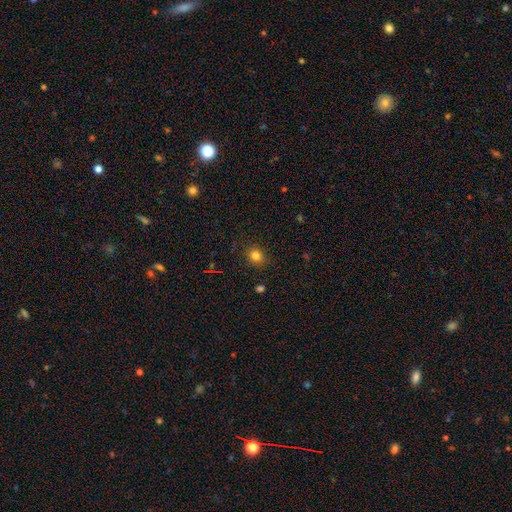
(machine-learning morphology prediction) smooth-or-featured: smooth: 81% | star or artifact: 14% | featured or disk: 6%
  how-rounded: round: 71% | in between: 28% | cigar-shaped: 1%
  merging: none: 88% | minor disturbance: 9% | major disturbance: 2% | merger: 1%